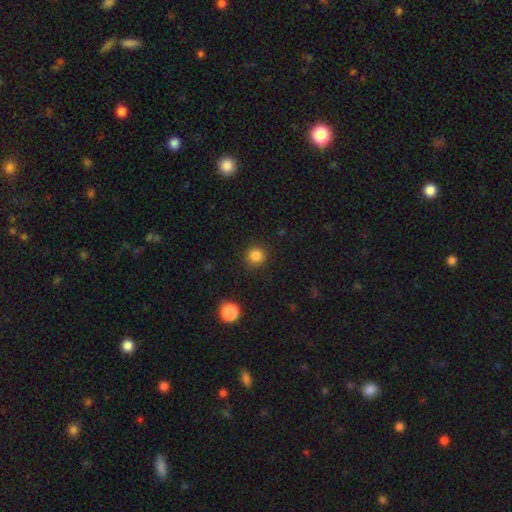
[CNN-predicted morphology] Q: Smooth or featured?
A: smooth (84%); runner-up: star or artifact (12%)
Q: How rounded?
A: round (93%); runner-up: in between (6%)
Q: Merging?
A: none (88%); runner-up: minor disturbance (8%)